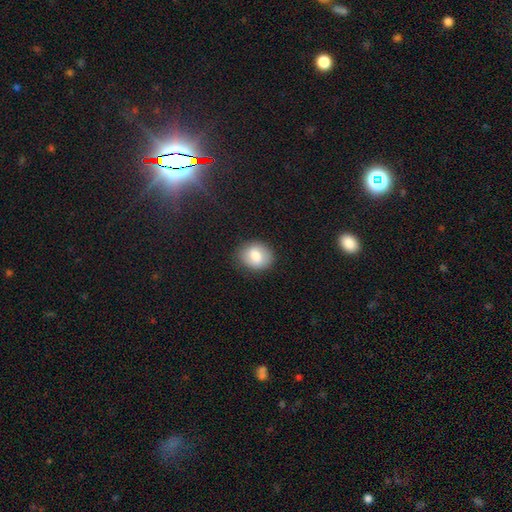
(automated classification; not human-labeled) smooth-or-featured: smooth: 77% | featured or disk: 15% | star or artifact: 8%
  how-rounded: round: 62% | in between: 37% | cigar-shaped: 1%
  merging: none: 86% | minor disturbance: 10% | major disturbance: 3% | merger: 1%